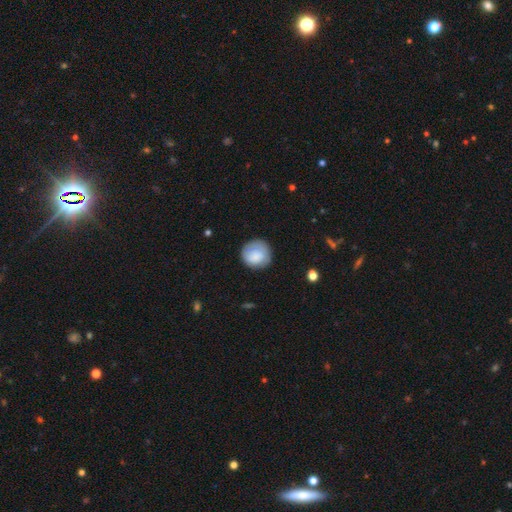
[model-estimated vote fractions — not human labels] Smooth or featured: smooth — 83% (featured or disk — 11%)
How rounded: round — 90% (in between — 9%)
Merging: none — 78% (minor disturbance — 16%)